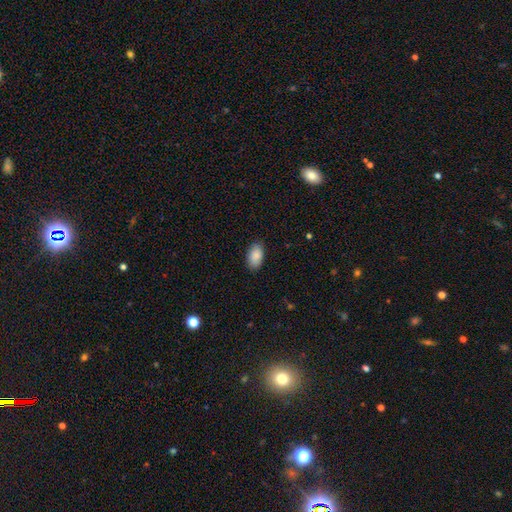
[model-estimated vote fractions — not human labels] Overall: smooth (89%). How rounded: in between (94%). Merging: none (86%).